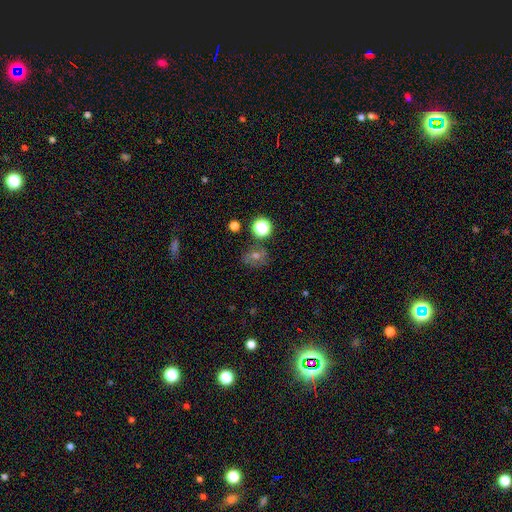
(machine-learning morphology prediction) Smooth or featured? Predicted: smooth (p=0.43). Merging? Predicted: none (p=0.75).